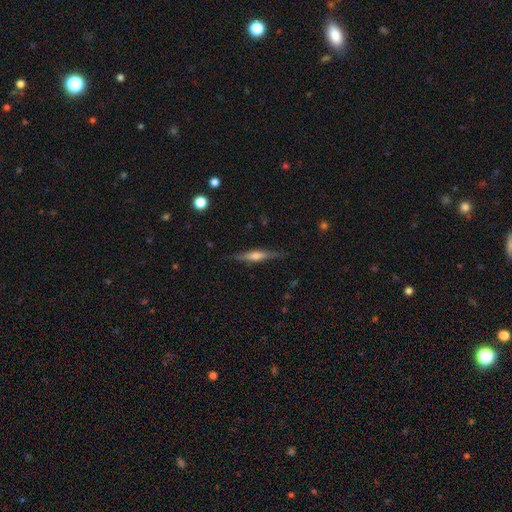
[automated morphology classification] featured or disk 60%, smooth 34%, star or artifact 7%. Down the decision tree: edge-on disk — yes (96%); edge-on bulge — rounded (71%); merging — none (86%).